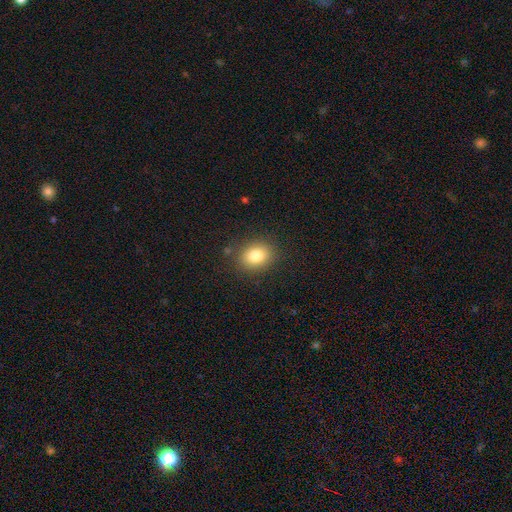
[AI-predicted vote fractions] This appears to be a smooth galaxy with no disk features (82%) that is round (53%). Merging: none (87%).